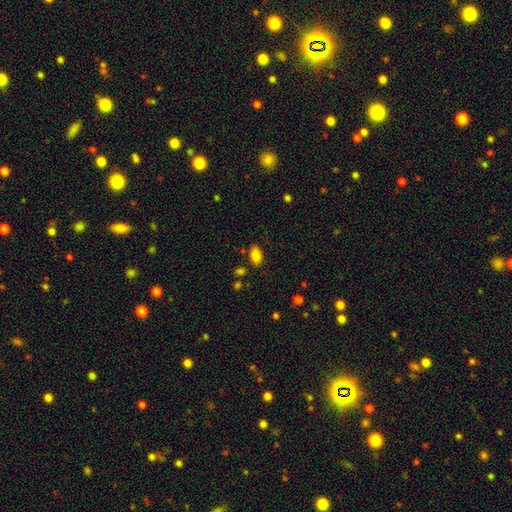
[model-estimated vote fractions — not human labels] The model was most divided on "merging": none: 80%, minor disturbance: 13%, merger: 3%, major disturbance: 3%. More confident: how rounded — in between (90%); smooth or featured — smooth (84%).